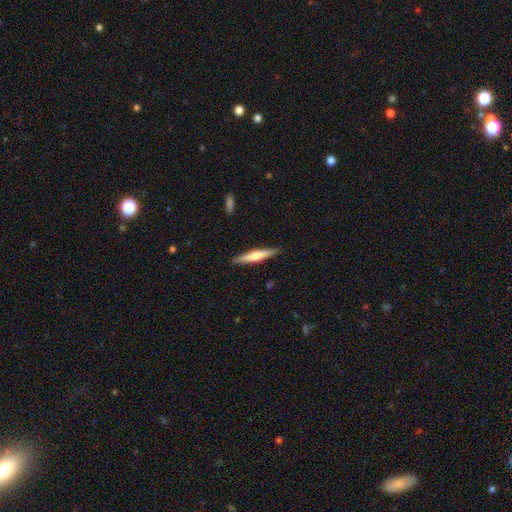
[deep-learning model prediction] Smooth or featured? smooth (51%)
How rounded? cigar-shaped (91%)
Merging? none (90%)